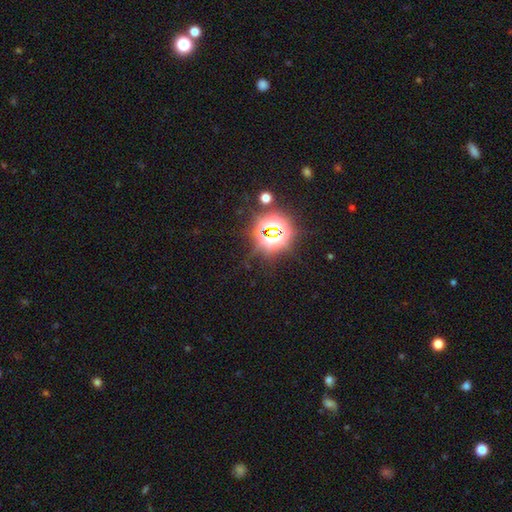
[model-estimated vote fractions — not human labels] smooth-or-featured: star or artifact: 79% | smooth: 14% | featured or disk: 8%